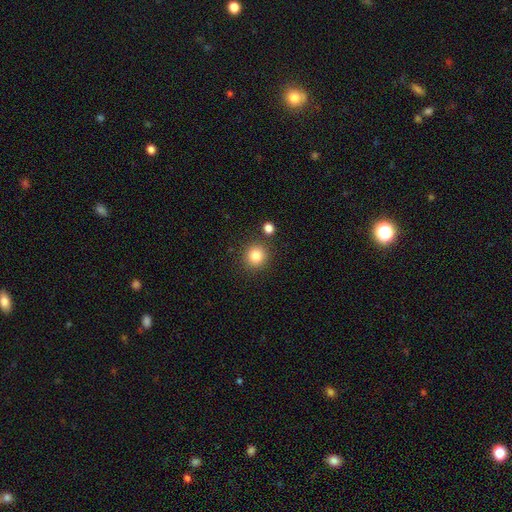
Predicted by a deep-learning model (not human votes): Q: Smooth or featured?
A: smooth (83%); runner-up: star or artifact (11%)
Q: How rounded?
A: round (92%); runner-up: in between (7%)
Q: Merging?
A: none (85%); runner-up: minor disturbance (7%)